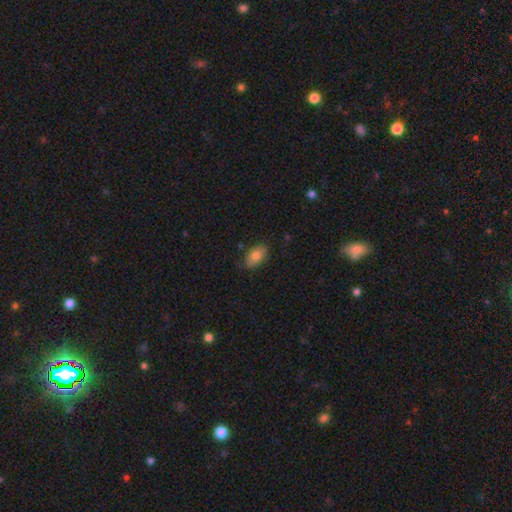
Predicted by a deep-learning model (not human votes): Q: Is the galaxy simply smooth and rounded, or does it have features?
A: smooth — 80%.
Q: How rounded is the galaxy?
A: in between — 92%.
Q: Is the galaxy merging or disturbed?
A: none — 79%.